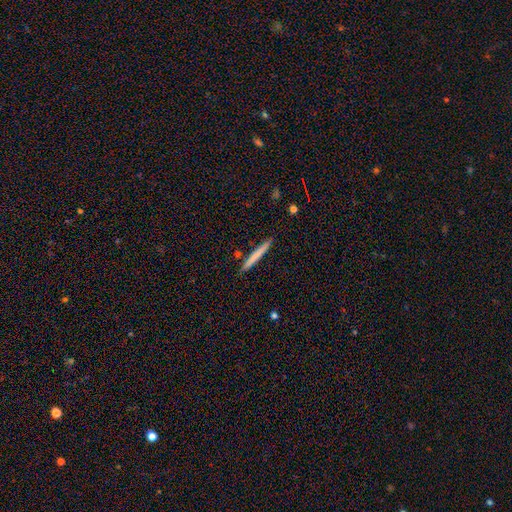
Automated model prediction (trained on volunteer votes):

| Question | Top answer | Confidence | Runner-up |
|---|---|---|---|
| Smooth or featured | smooth | 68% | featured or disk (26%) |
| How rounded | cigar-shaped | 97% | in between (2%) |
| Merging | none | 90% | minor disturbance (7%) |